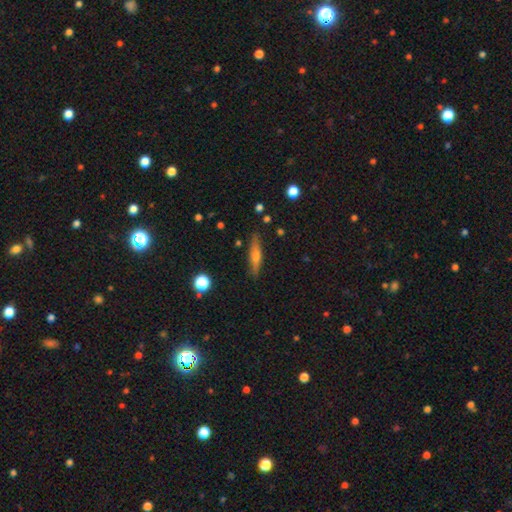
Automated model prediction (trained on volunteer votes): Morphology: type=featured or disk (48%); merging=none (87%).